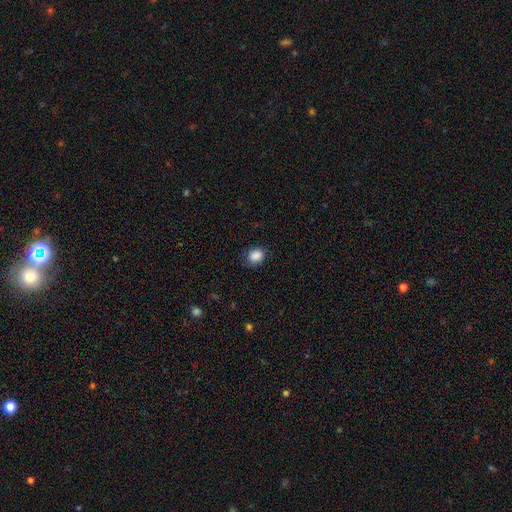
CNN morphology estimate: A smooth galaxy with no disk features (87%) that is round (60%). Merging: none (78%).